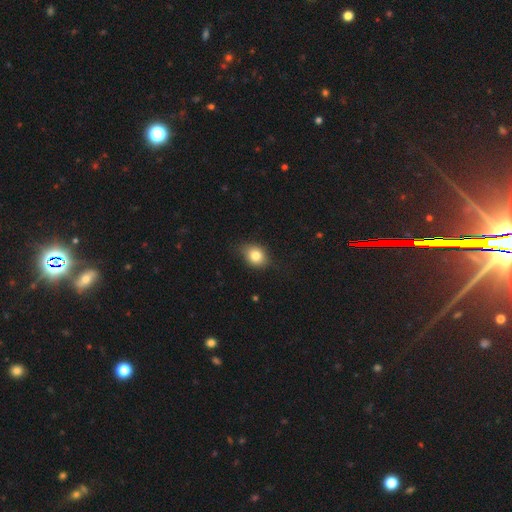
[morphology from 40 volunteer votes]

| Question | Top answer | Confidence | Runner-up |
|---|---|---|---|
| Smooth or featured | smooth | 80% | featured or disk (10%) |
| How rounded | in between | 59% | round (41%) |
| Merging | none | 69% | minor disturbance (25%) |